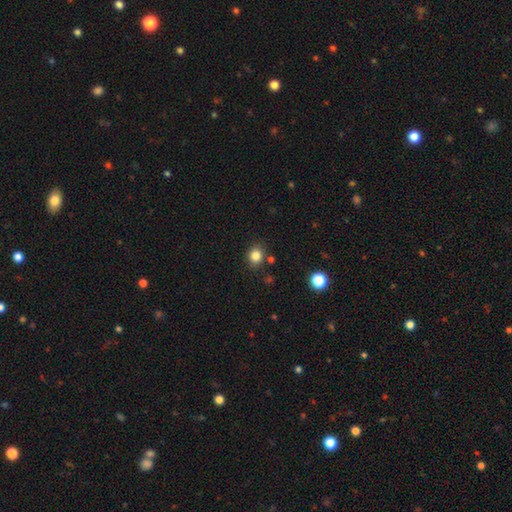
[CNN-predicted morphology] This appears to be a smooth galaxy with no disk features (83%) that is round (72%). Merging: none (83%).